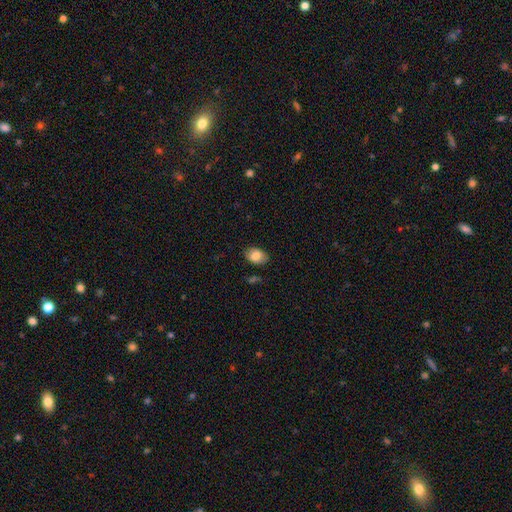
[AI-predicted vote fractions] Smooth or featured?
  - smooth: 80% *
  - featured or disk: 12%
  - star or artifact: 8%
How rounded?
  - in between: 84% *
  - round: 15%
  - cigar-shaped: 1%
Merging?
  - none: 80% *
  - minor disturbance: 15%
  - major disturbance: 3%
  - merger: 2%